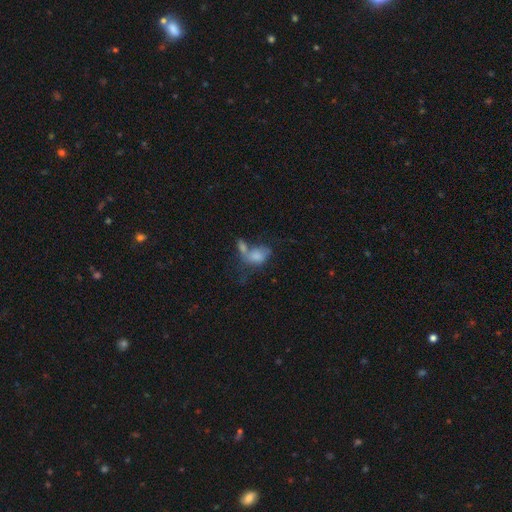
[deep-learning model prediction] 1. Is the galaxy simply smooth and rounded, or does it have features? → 68% smooth, 22% featured or disk, 10% star or artifact.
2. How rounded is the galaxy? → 81% in between, 17% round, 2% cigar-shaped.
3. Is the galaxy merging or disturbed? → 51% merger, 19% none, 18% major disturbance, 13% minor disturbance.